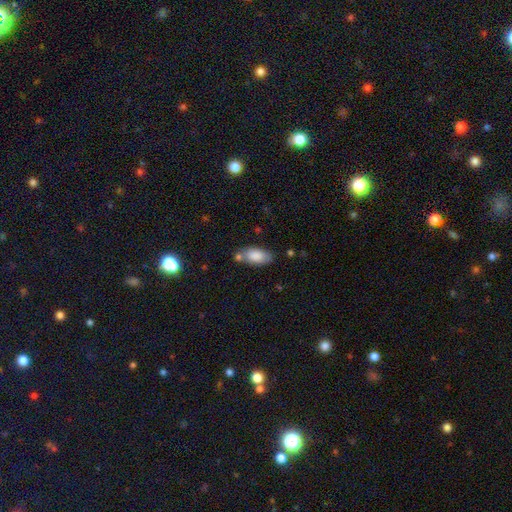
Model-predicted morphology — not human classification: Smooth or featured? smooth (84%)
How rounded? in between (92%)
Merging? none (62%)